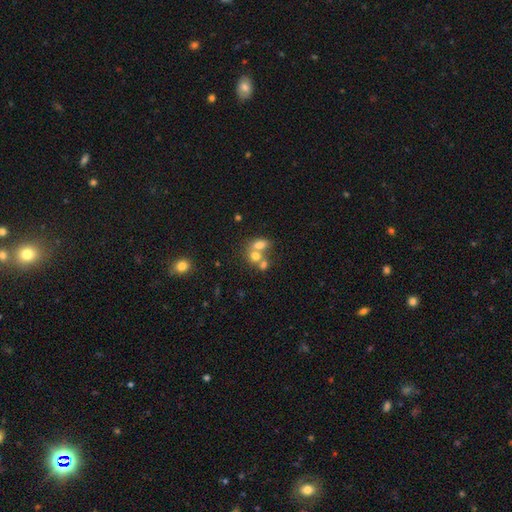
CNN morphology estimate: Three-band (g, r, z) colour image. It shows a smooth galaxy with no disk features (68%) that is in between round and cigar-shaped (50%). Merging: merger (59%).